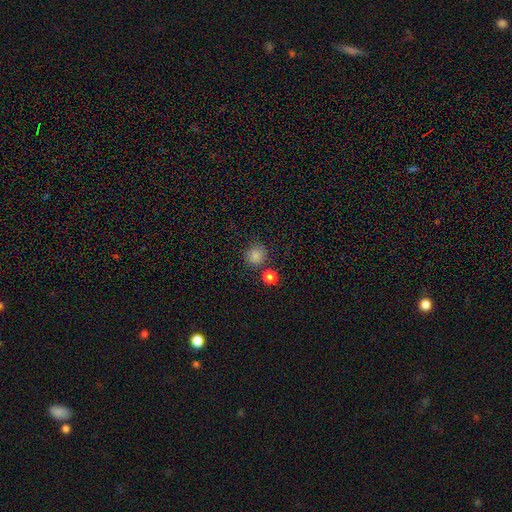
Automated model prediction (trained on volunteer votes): Smooth or featured? smooth (83%)
How rounded? round (91%)
Merging? none (80%)